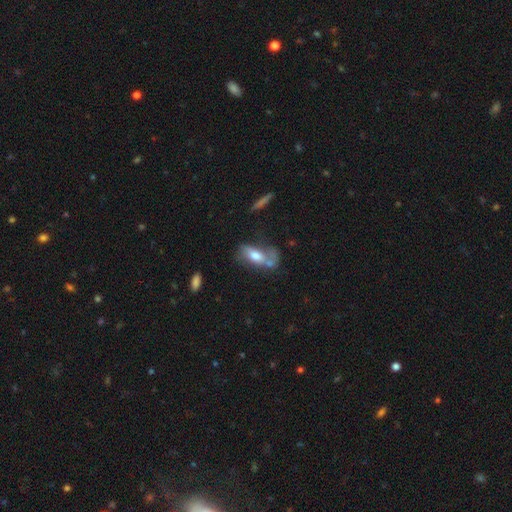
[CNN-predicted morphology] Q: Smooth or featured?
A: smooth (52%); runner-up: featured or disk (40%)
Q: How rounded?
A: in between (77%); runner-up: cigar-shaped (18%)
Q: Merging?
A: none (32%); runner-up: merger (25%)